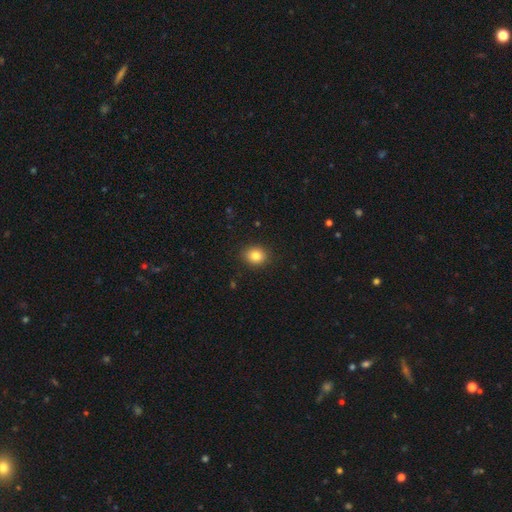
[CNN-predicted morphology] Smooth or featured? smooth (84%)
How rounded? round (65%)
Merging? none (90%)